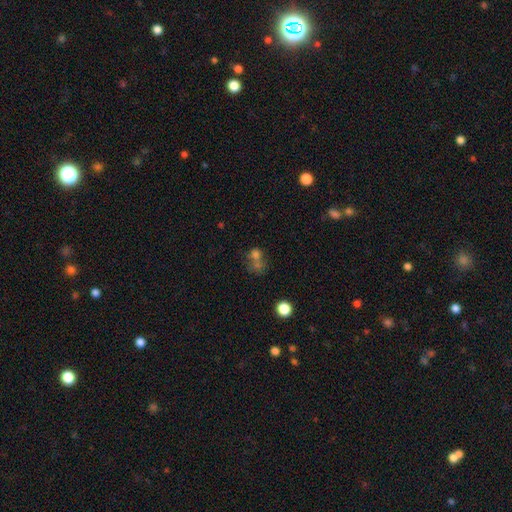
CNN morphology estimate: Smooth or featured?
  - smooth: 59% *
  - star or artifact: 24%
  - featured or disk: 17%
How rounded?
  - round: 69% *
  - in between: 29%
  - cigar-shaped: 1%
Merging?
  - merger: 49% *
  - none: 34%
  - minor disturbance: 9%
  - major disturbance: 8%